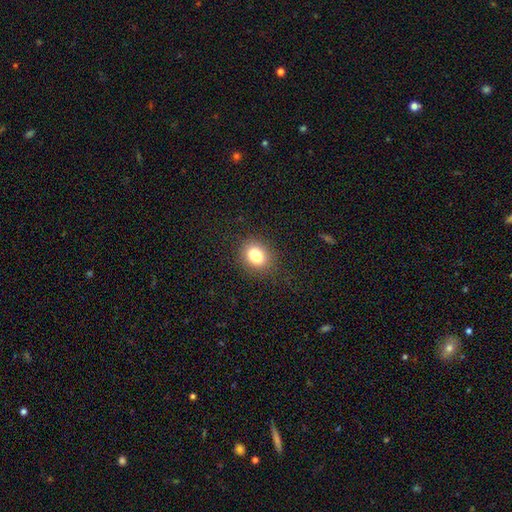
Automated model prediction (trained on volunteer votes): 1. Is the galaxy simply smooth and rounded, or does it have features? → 76% smooth, 12% featured or disk, 11% star or artifact.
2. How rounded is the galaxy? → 54% in between, 44% round, 2% cigar-shaped.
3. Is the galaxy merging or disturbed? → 62% none, 18% merger, 15% minor disturbance, 5% major disturbance.